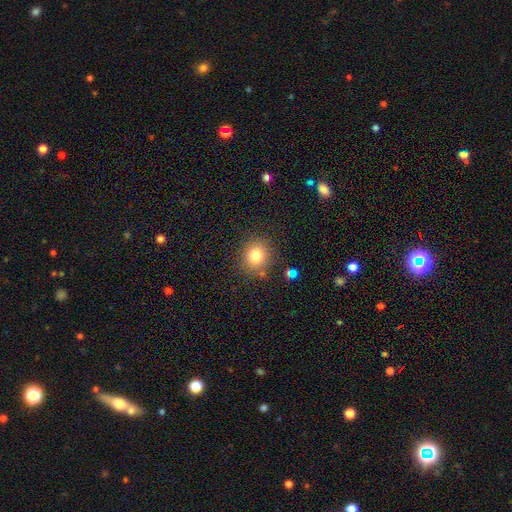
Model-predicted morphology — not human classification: Q: Smooth or featured?
A: smooth (80%); runner-up: star or artifact (12%)
Q: How rounded?
A: round (81%); runner-up: in between (18%)
Q: Merging?
A: none (82%); runner-up: minor disturbance (11%)